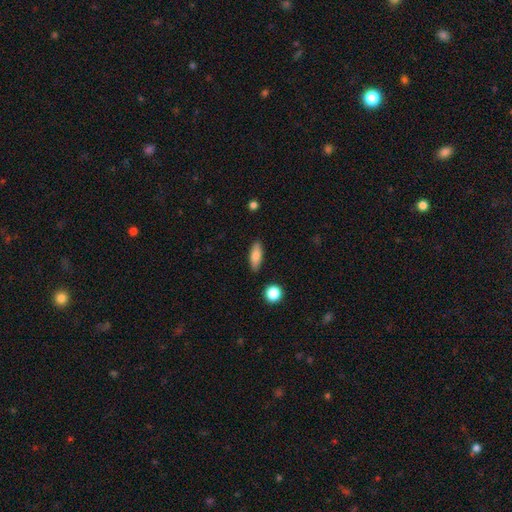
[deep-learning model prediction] smooth_or_featured: smooth (p=0.81) [alt: featured or disk p=0.12]
how_rounded: in between (p=0.68) [alt: cigar-shaped p=0.28]
merging: none (p=0.86) [alt: minor disturbance p=0.10]